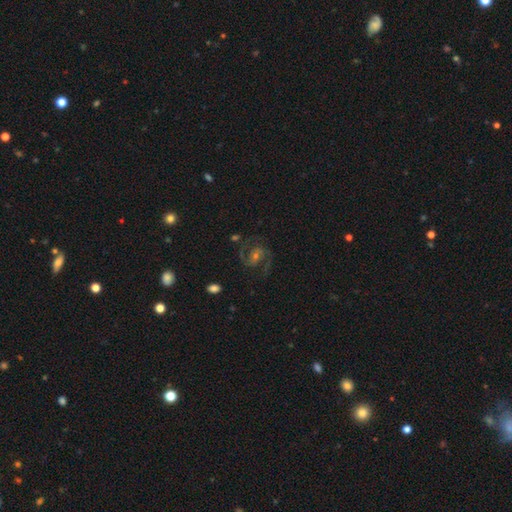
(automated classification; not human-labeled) featured or disk 84%, star or artifact 10%, smooth 6%. Down the decision tree: edge-on disk — no (98%); bar — weak (43%); spiral arms — yes (97%); spiral arm count — 2 (90%); spiral winding — medium (62%); bulge size — small (53%); merging — none (78%).